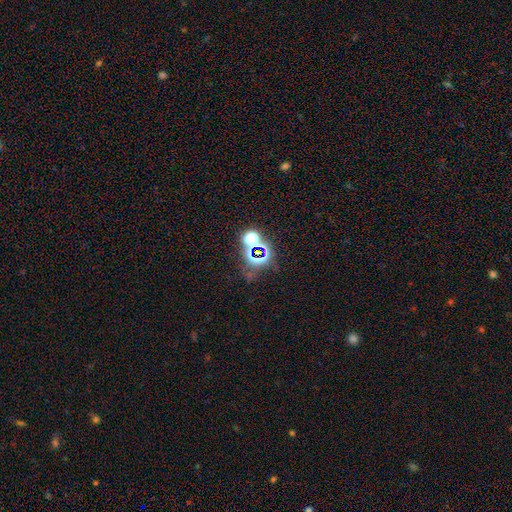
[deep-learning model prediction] Smooth or featured: star or artifact — 72% (smooth — 18%)